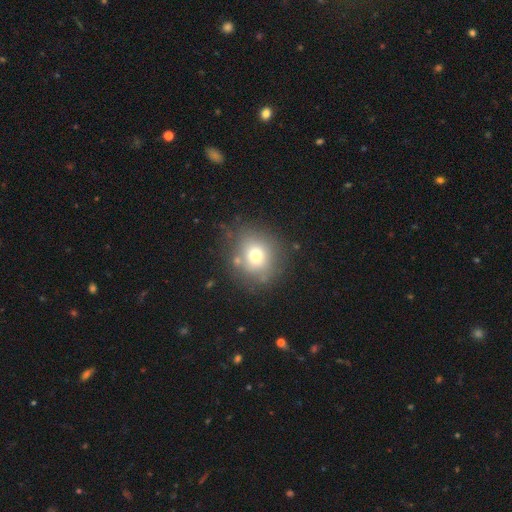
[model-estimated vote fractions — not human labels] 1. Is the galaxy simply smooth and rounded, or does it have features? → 71% smooth, 15% featured or disk, 14% star or artifact.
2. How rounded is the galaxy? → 77% round, 22% in between, 1% cigar-shaped.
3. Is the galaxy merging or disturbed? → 78% none, 12% minor disturbance, 5% major disturbance, 4% merger.